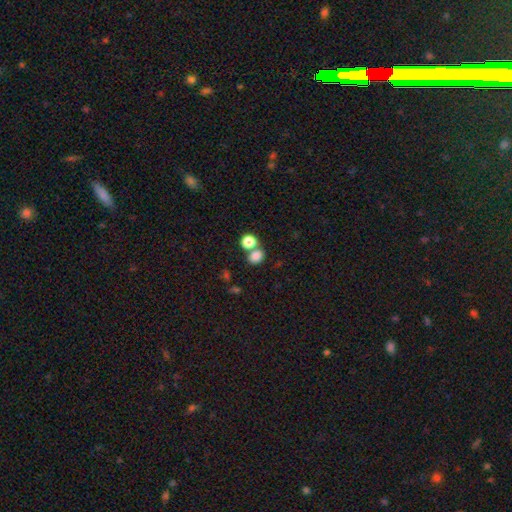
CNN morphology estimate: smooth 82%, star or artifact 12%, featured or disk 6%. Down the decision tree: how rounded — round (65%); merging — none (51%).